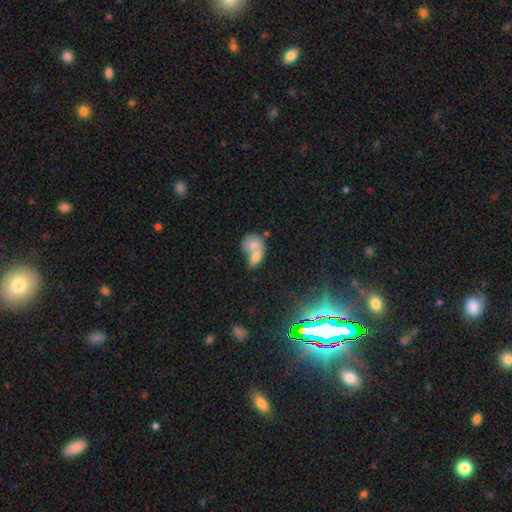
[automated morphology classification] smooth 70%, featured or disk 20%, star or artifact 10%. Down the decision tree: how rounded — in between (58%); merging — merger (69%).